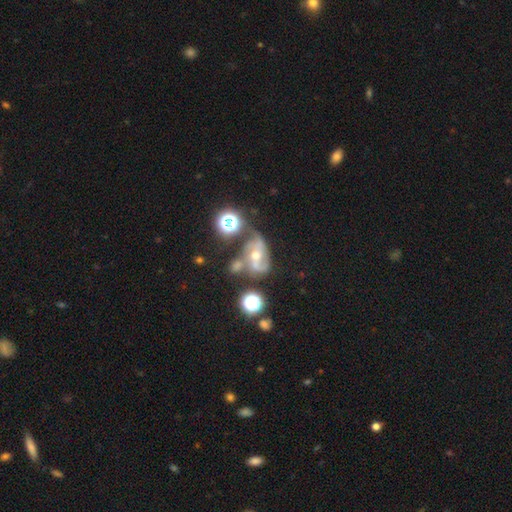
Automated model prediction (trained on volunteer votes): This is likely a featured or disk galaxy (66%). It is clearly not viewed edge-on (96%). Bar: possibly no (54%). Spiral arm pattern: clearly yes (85%). Spiral arm count: likely 2 (63%). Spiral winding: possibly loose (46%). Central bulge: likely moderate (63%). Merging: marginally none (32%).